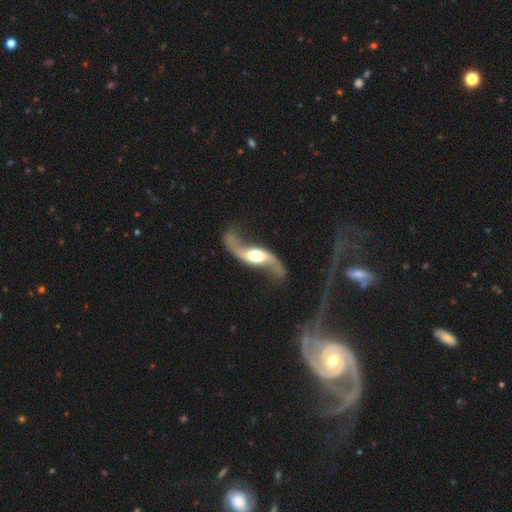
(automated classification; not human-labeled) This appears to be a featured or disk galaxy (90%) with no bar (43%), 2 (94%) loose (93%) spiral arms (96%) and a moderate central bulge (52%). Merging: none (74%).